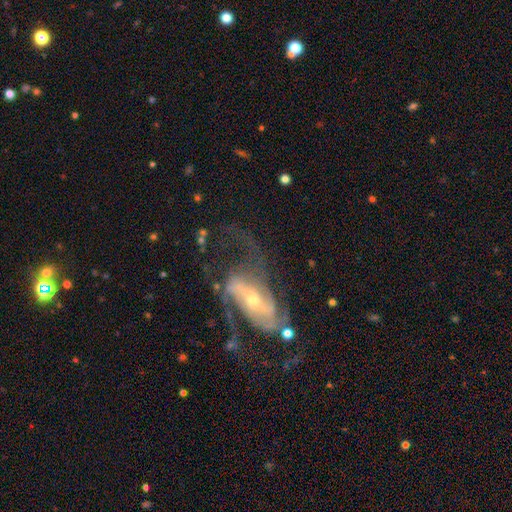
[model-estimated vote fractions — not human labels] Smooth or featured: featured or disk — 79% (smooth — 11%)
Edge-on disk: no — 91% (yes — 9%)
Bar: no — 45% (weak — 31%)
Spiral arms: yes — 83% (no — 17%)
Spiral winding: medium — 43% (loose — 31%)
Spiral arm count: 2 — 58% (can't tell — 22%)
Bulge size: small — 57% (moderate — 37%)
Merging: none — 54% (major disturbance — 27%)